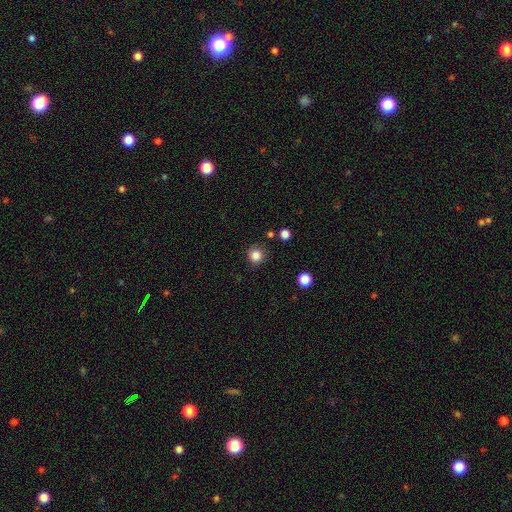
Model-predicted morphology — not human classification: Smooth or featured: smooth — 85% (star or artifact — 12%)
How rounded: round — 93% (in between — 6%)
Merging: none — 87% (minor disturbance — 8%)